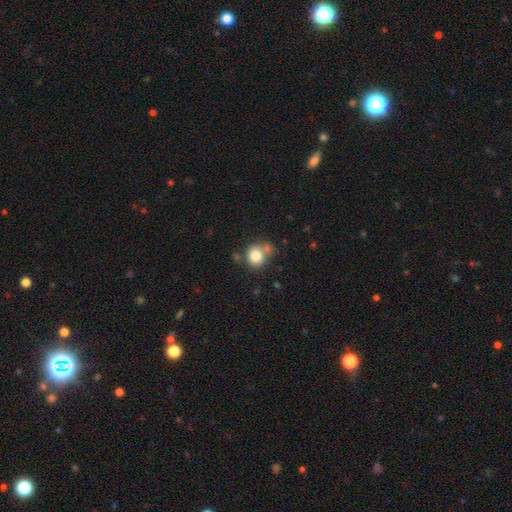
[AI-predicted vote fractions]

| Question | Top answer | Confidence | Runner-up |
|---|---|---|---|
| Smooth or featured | smooth | 79% | featured or disk (10%) |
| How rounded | round | 79% | in between (20%) |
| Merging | none | 54% | merger (23%) |